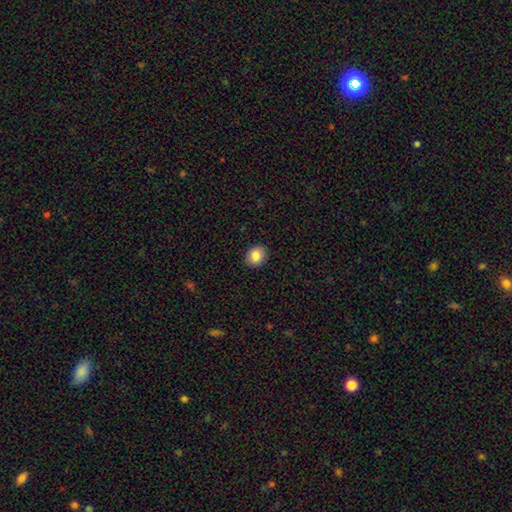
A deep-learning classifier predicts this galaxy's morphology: A smooth galaxy with no disk features (86%) that is round (63%).

Vote fractions:
- Smooth or featured? smooth: 86% / star or artifact: 9% / featured or disk: 6%
- How rounded? round: 63% / in between: 36% / cigar-shaped: 1%
- Merging? none: 91% / minor disturbance: 7% / major disturbance: 2% / merger: 1%